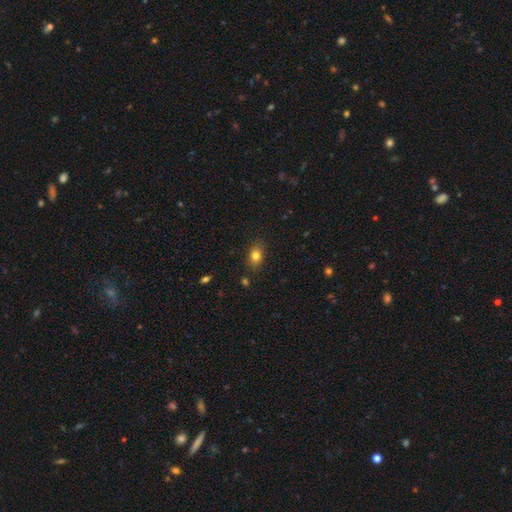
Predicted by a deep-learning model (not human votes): This appears to be a smooth galaxy with no disk features (81%) that is in between round and cigar-shaped (79%). Merging: none (84%).